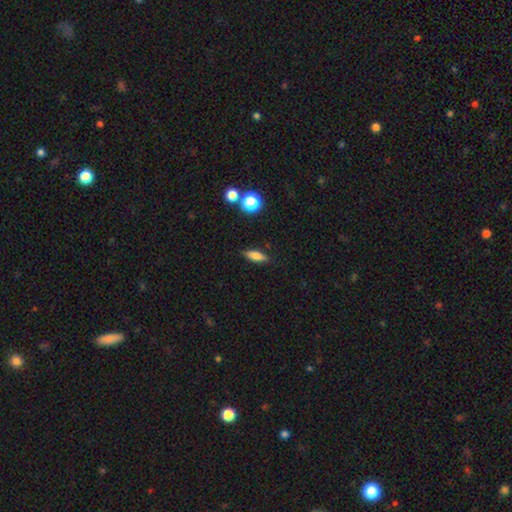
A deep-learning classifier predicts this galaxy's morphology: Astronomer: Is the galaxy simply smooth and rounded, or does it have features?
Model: smooth — 71%.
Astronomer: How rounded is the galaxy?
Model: in between — 53% (runner-up: cigar-shaped, 42%).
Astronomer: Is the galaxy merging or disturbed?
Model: none — 86%.